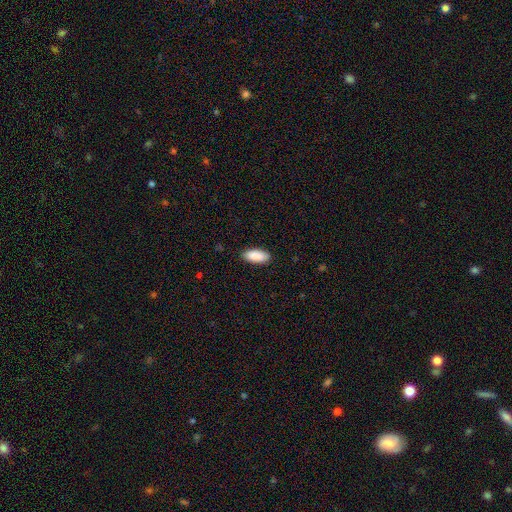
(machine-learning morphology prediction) A smooth galaxy with no disk features (90%) that is in between round and cigar-shaped (89%).

Vote fractions:
- Smooth or featured? smooth: 90% / star or artifact: 6% / featured or disk: 4%
- How rounded? in between: 89% / cigar-shaped: 10% / round: 2%
- Merging? none: 87% / minor disturbance: 10% / major disturbance: 2% / merger: 1%